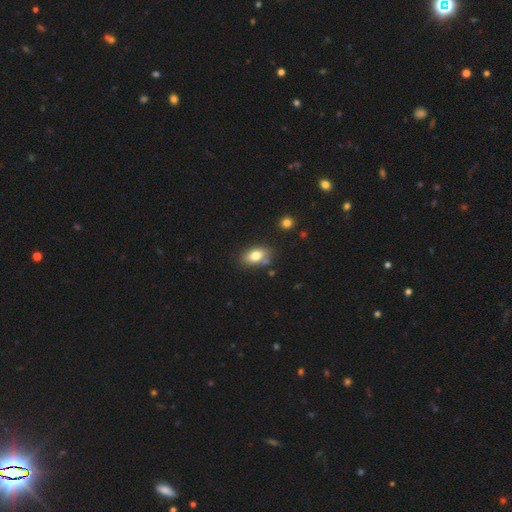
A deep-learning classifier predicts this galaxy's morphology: This is likely a smooth galaxy (78%). How rounded: clearly in between (86%). Merging: likely none (74%).